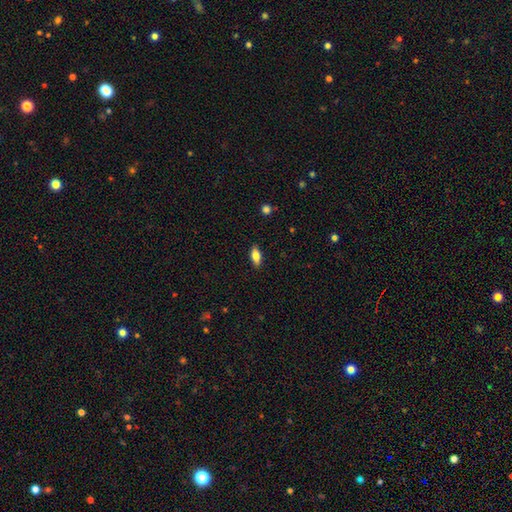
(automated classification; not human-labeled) The model was most divided on "smooth or featured": smooth: 74%, featured or disk: 18%, star or artifact: 7%. More confident: merging — none (87%); how rounded — in between (81%).